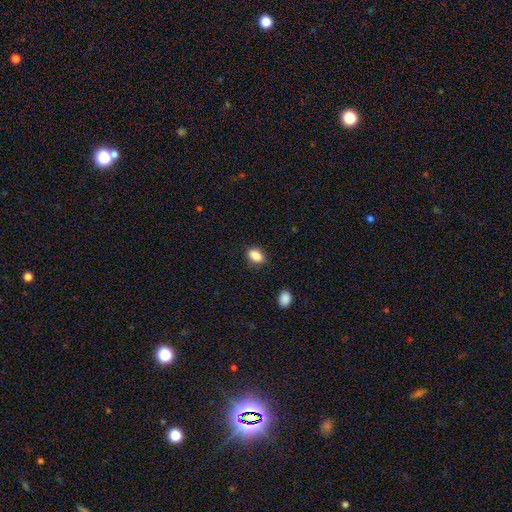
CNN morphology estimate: Q: Smooth or featured?
A: smooth (87%); runner-up: star or artifact (9%)
Q: How rounded?
A: in between (85%); runner-up: round (13%)
Q: Merging?
A: none (85%); runner-up: minor disturbance (11%)